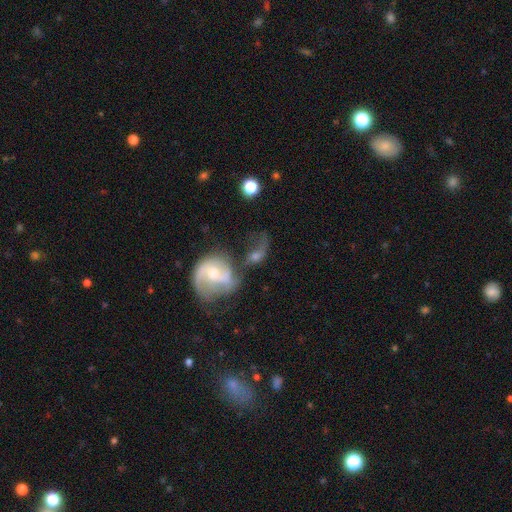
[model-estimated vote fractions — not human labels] Smooth or featured: featured or disk — 58% (smooth — 32%)
Edge-on disk: no — 94% (yes — 6%)
Bar: no — 60% (weak — 32%)
Spiral arms: yes — 77% (no — 23%)
Bulge size: moderate — 59% (small — 28%)
Merging: merger — 35% (major disturbance — 26%)